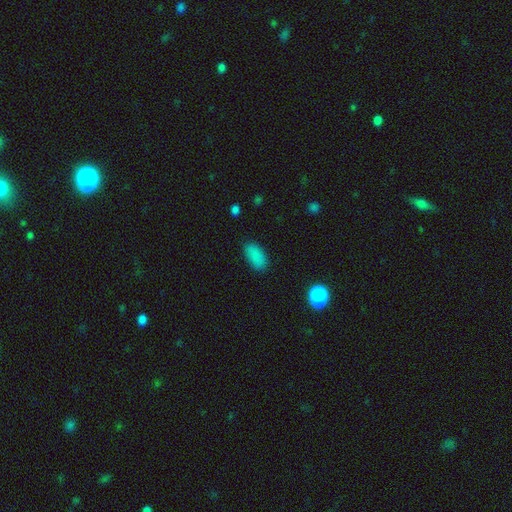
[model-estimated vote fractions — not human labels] Smooth or featured? smooth (86%)
How rounded? in between (92%)
Merging? none (84%)